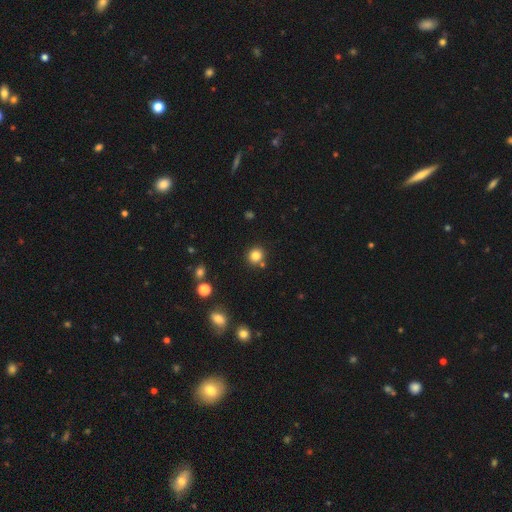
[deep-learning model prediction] Q: Smooth or featured?
A: smooth (82%); runner-up: star or artifact (13%)
Q: How rounded?
A: round (90%); runner-up: in between (9%)
Q: Merging?
A: none (80%); runner-up: merger (9%)